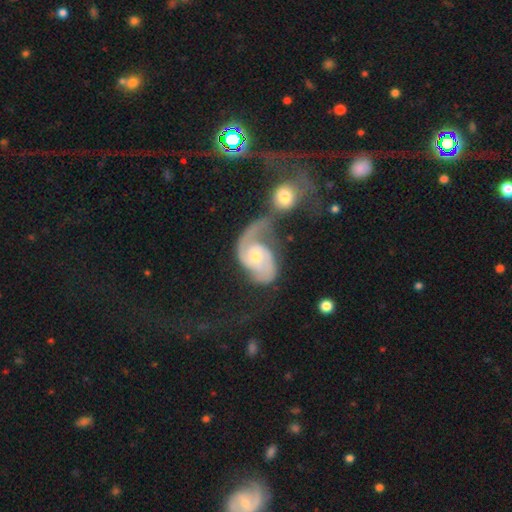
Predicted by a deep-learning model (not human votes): smooth-or-featured: featured or disk: 86% | smooth: 8% | star or artifact: 6%
  disk-edge-on: no: 97% | yes: 3%
    bar: no: 67% | weak: 27% | strong: 6%
    has-spiral-arms: yes: 96% | no: 4%
      spiral-winding: medium: 43% | tight: 37% | loose: 20%
      spiral-arm-count: 2: 77% | 1: 8% | can't tell: 8% | 3: 4% | 4: 2% | more than 4: 2%
    bulge-size: moderate: 55% | small: 40% | large: 3% | none: 1% | dominant: 1%
  merging: merger: 45% | none: 23% | major disturbance: 20% | minor disturbance: 12%